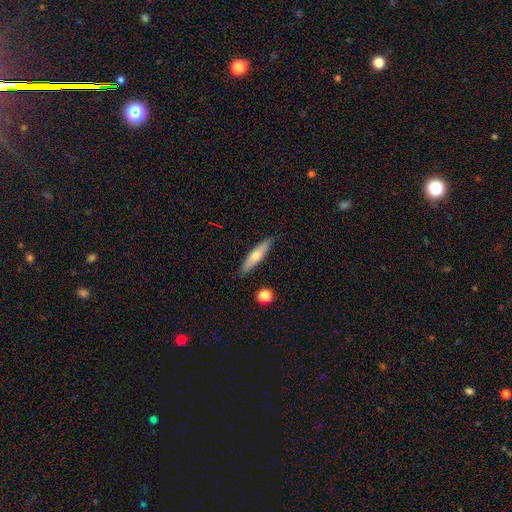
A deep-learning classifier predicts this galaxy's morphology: Smooth or featured? smooth (57%)
How rounded? cigar-shaped (78%)
Merging? none (87%)